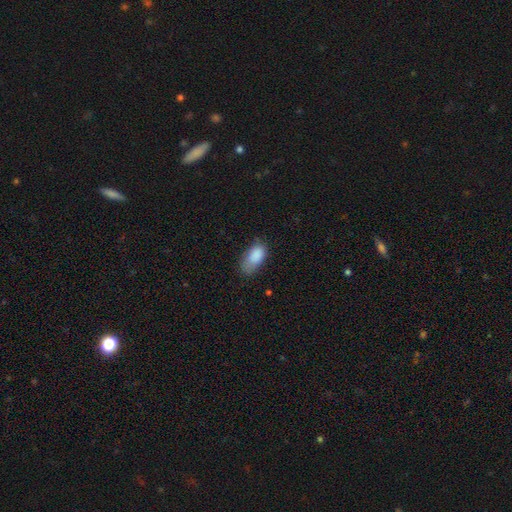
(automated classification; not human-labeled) Smooth or featured?
  - smooth: 86% *
  - star or artifact: 7%
  - featured or disk: 6%
How rounded?
  - in between: 93% *
  - cigar-shaped: 4%
  - round: 4%
Merging?
  - none: 53% *
  - minor disturbance: 35%
  - major disturbance: 11%
  - merger: 2%